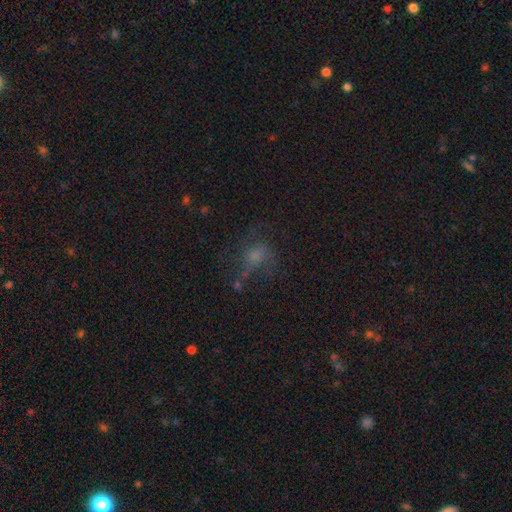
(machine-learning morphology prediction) Smooth or featured?
  - smooth: 50% *
  - featured or disk: 29%
  - star or artifact: 22%
Merging?
  - none: 42% *
  - major disturbance: 32%
  - minor disturbance: 21%
  - merger: 5%